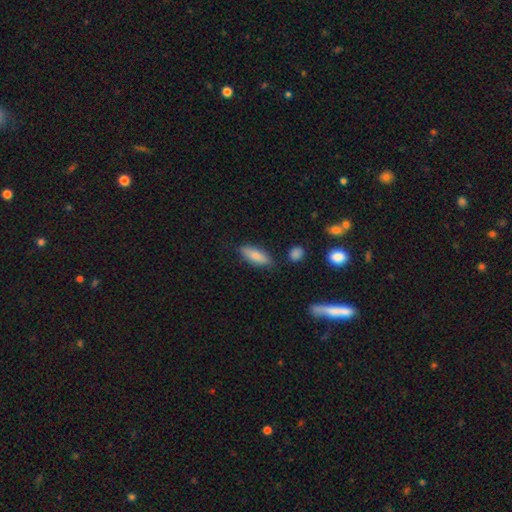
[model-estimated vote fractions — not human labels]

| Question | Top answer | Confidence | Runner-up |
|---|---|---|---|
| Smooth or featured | smooth | 80% | featured or disk (14%) |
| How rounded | in between | 63% | cigar-shaped (35%) |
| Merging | none | 79% | minor disturbance (14%) |